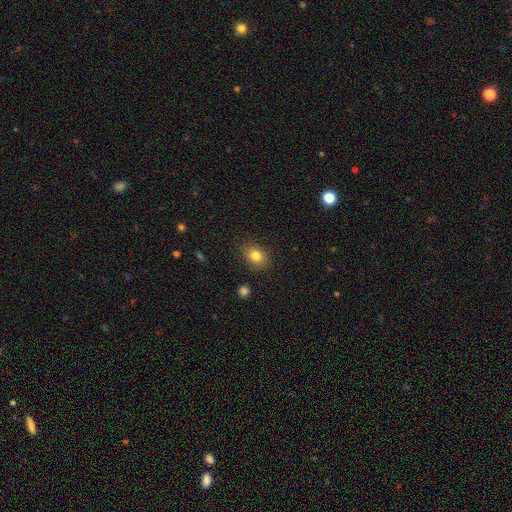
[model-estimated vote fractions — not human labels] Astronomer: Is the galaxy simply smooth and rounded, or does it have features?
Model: smooth — 82%.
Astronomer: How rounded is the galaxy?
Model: in between — 58% (runner-up: round, 41%).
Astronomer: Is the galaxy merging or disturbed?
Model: none — 84%.